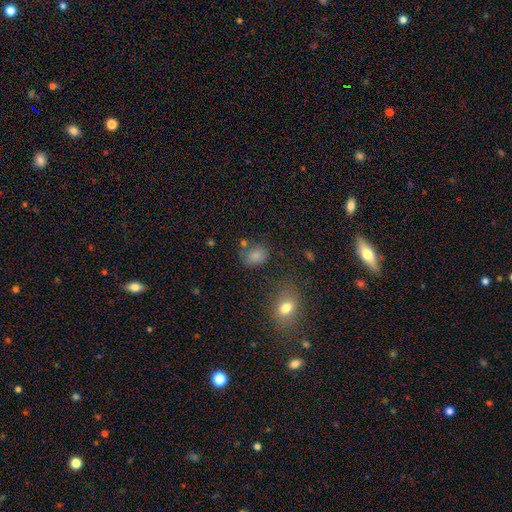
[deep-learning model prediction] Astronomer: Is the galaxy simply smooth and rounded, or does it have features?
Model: smooth — 80%.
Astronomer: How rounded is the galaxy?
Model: in between — 56% (runner-up: round, 43%).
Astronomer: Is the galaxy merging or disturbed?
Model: none — 62%.